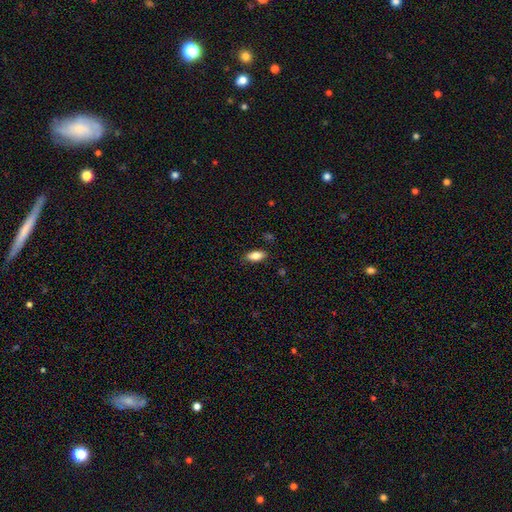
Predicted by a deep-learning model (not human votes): Smooth or featured?
  - smooth: 83% *
  - featured or disk: 10%
  - star or artifact: 7%
How rounded?
  - in between: 87% *
  - cigar-shaped: 11%
  - round: 2%
Merging?
  - none: 84% *
  - minor disturbance: 12%
  - major disturbance: 3%
  - merger: 1%